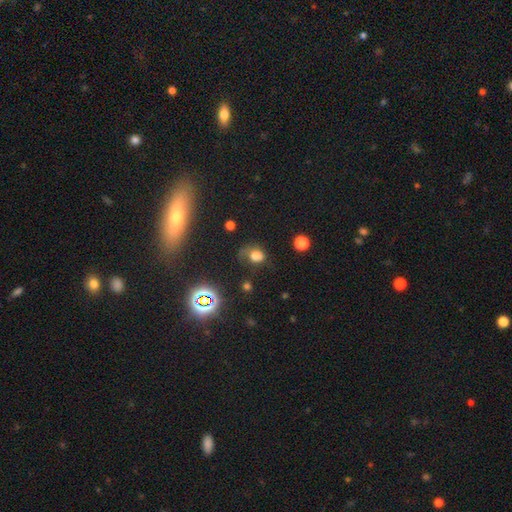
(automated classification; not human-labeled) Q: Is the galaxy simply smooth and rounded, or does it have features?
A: smooth — 65%.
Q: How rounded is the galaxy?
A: round — 50%.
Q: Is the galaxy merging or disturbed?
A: none — 39%.